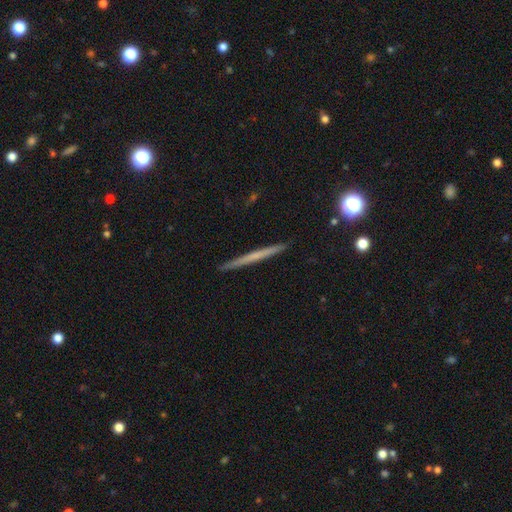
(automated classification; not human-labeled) Smooth or featured: featured or disk — 50% (smooth — 43%)
Edge-on disk: yes — 97% (no — 3%)
Merging: none — 92% (minor disturbance — 6%)